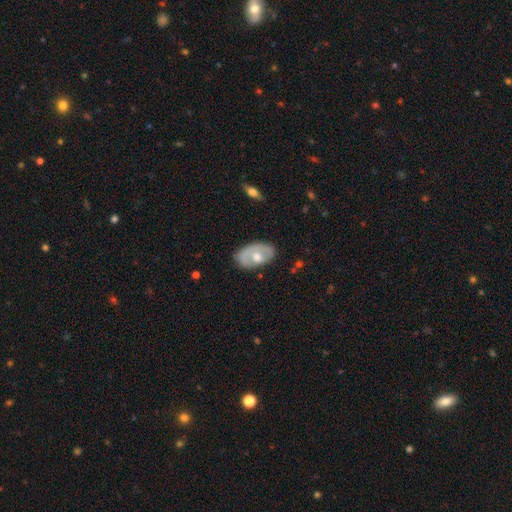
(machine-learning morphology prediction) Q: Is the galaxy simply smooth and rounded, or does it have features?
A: smooth — 51%.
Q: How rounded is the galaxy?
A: in between — 90%.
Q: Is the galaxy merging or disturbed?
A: none — 69%.